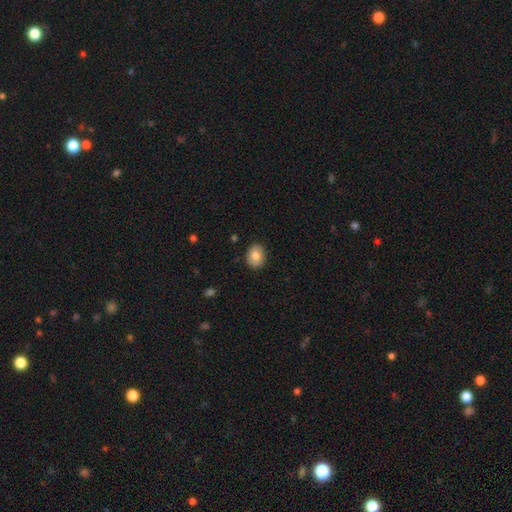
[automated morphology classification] smooth_or_featured: smooth (p=0.80) [alt: featured or disk p=0.12]
how_rounded: in between (p=0.54) [alt: round p=0.45]
merging: none (p=0.89) [alt: minor disturbance p=0.08]